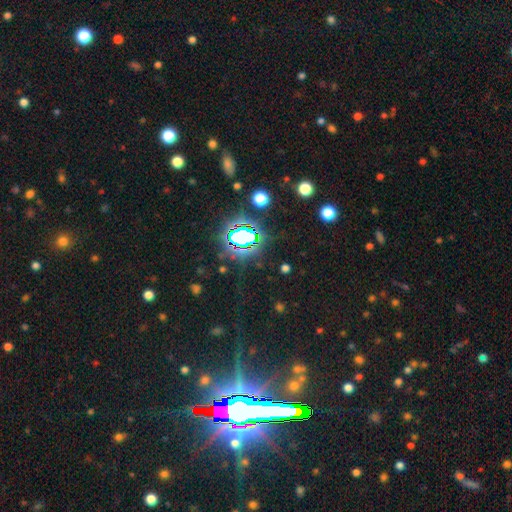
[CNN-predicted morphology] This appears to be a star or artifact, not a galaxy (83%).